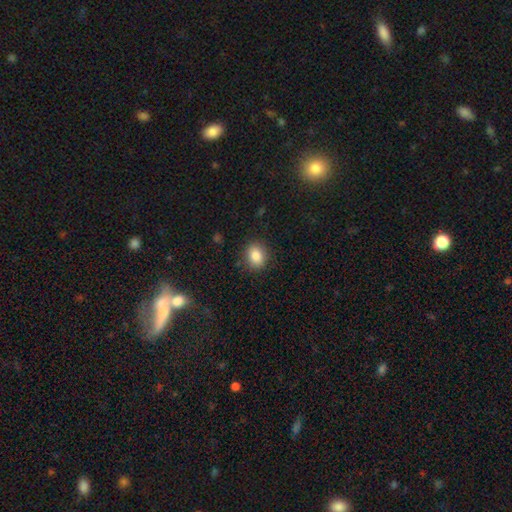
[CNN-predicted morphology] smooth-or-featured: smooth: 85% | star or artifact: 9% | featured or disk: 6%
  how-rounded: round: 57% | in between: 42% | cigar-shaped: 1%
  merging: none: 87% | minor disturbance: 9% | major disturbance: 3% | merger: 1%